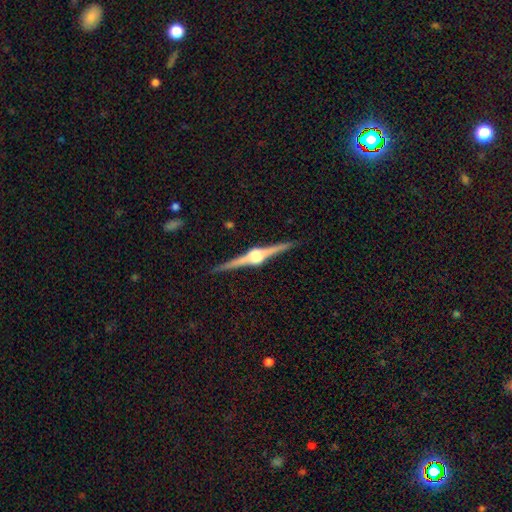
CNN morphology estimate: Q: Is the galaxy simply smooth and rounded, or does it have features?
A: featured or disk — 90%.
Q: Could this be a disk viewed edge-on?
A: yes — 99%.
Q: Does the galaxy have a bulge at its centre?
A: rounded — 93%.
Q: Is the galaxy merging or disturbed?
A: none — 91%.